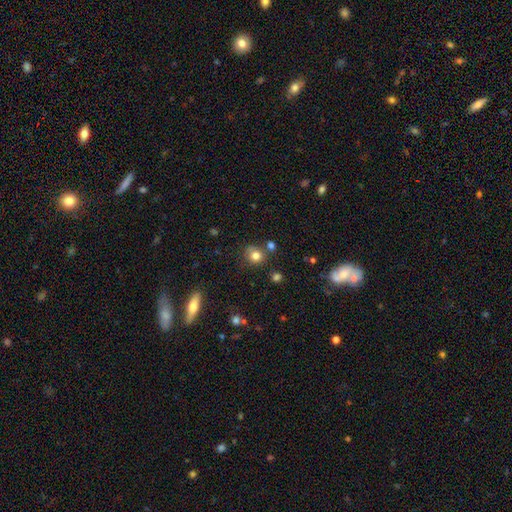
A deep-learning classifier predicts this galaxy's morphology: The model was most divided on "merging": none: 71%, minor disturbance: 15%, merger: 10%, major disturbance: 4%. More confident: how rounded — round (81%); smooth or featured — smooth (79%).